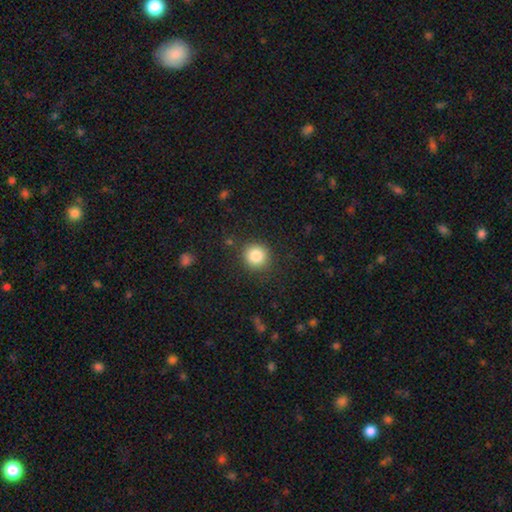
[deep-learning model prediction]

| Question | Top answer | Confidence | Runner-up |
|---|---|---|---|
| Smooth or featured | smooth | 85% | star or artifact (10%) |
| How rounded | round | 92% | in between (7%) |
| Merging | none | 88% | minor disturbance (8%) |